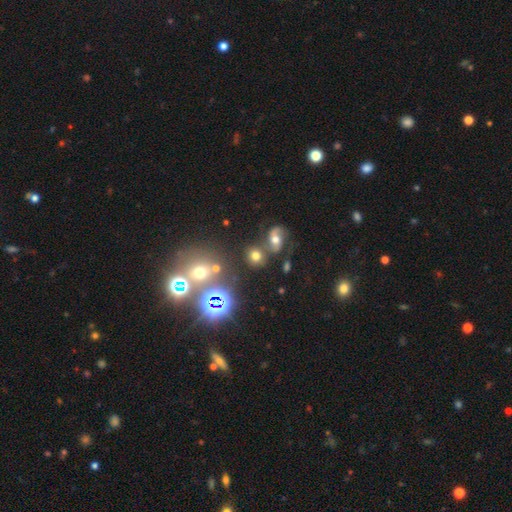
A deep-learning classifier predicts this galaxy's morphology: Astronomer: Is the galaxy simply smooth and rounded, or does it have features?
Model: smooth — 59%.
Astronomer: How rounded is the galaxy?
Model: round — 72%.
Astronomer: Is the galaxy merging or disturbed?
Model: none — 63%.